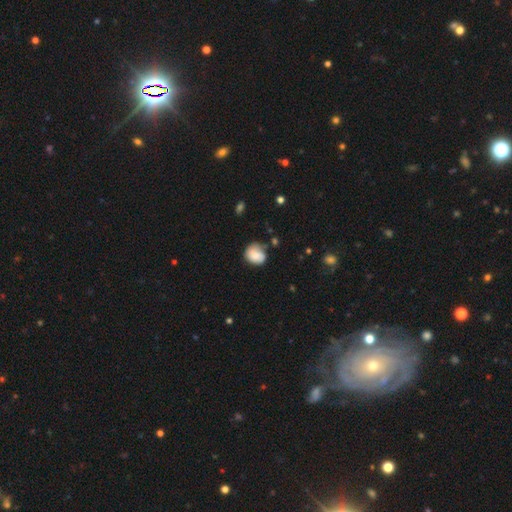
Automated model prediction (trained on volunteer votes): Smooth or featured? smooth (74%)
How rounded? round (68%)
Merging? none (57%)